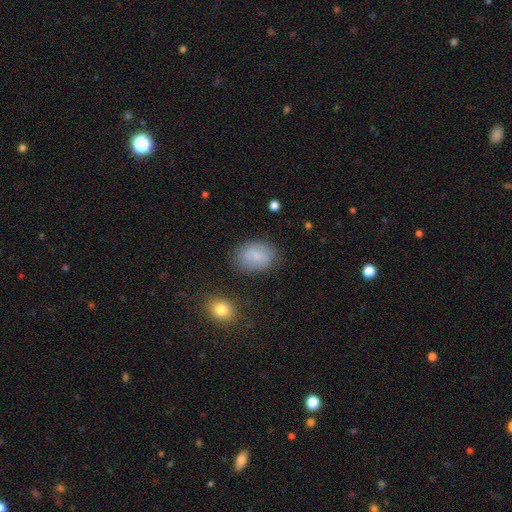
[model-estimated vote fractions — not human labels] This is likely a smooth galaxy (77%). How rounded: likely in between (76%). Merging: likely none (77%).